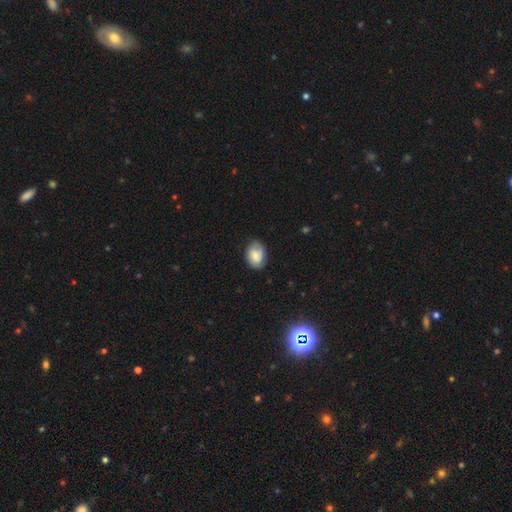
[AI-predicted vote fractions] Smooth or featured? smooth (62%)
How rounded? in between (75%)
Merging? none (74%)